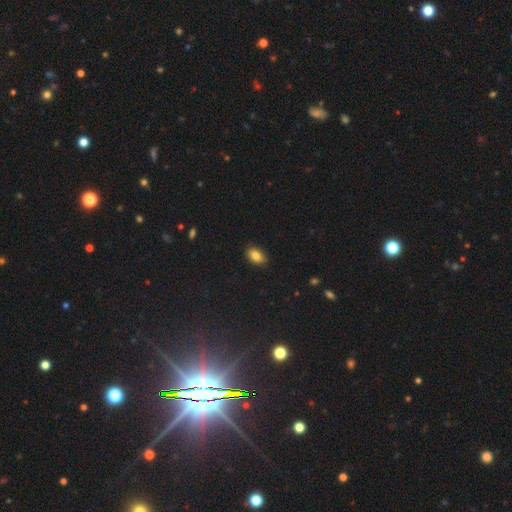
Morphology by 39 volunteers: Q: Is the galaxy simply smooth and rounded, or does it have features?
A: smooth — 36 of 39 (92%).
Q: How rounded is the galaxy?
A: in between — 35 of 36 (97%).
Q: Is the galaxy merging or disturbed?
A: none — 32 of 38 (84%).